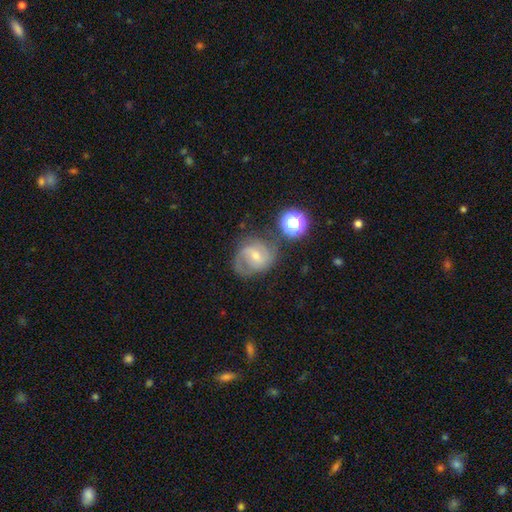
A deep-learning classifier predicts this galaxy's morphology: The model was most divided on "bulge size": small: 53%, moderate: 42%, none: 3%, large: 2%, dominant: 1%. More confident: edge-on disk — no (97%); spiral arms — yes (93%); smooth or featured — featured or disk (74%); spiral arm count — 2 (63%); merging — none (59%); bar — weak (55%); spiral winding — medium (51%).